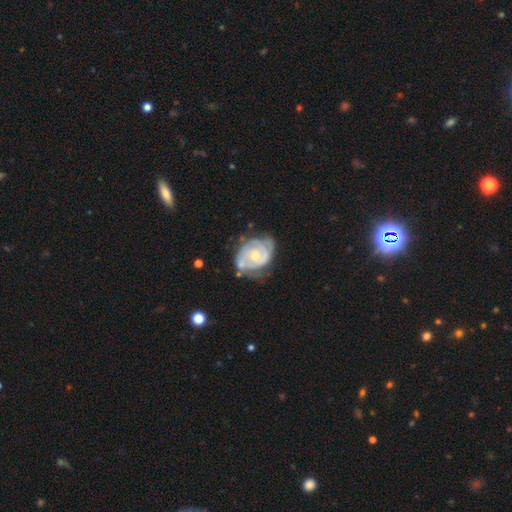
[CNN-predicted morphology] Overall: featured or disk (82%). Edge-on disk: no (98%). Bar: no (73%). Spiral arms: yes (90%). Spiral arm count: 2 (47%; can't tell 30%). Spiral winding: tight (68%). Bulge size: small (58%; moderate 37%). Merging: none (54%; minor disturbance 28%).